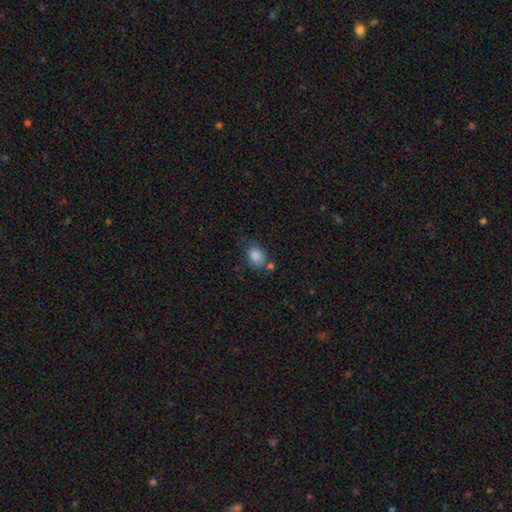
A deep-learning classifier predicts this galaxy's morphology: A smooth galaxy with no disk features (84%) that is in between round and cigar-shaped (66%).

Vote fractions:
- Smooth or featured? smooth: 84% / star or artifact: 9% / featured or disk: 7%
- How rounded? in between: 66% / round: 33% / cigar-shaped: 1%
- Merging? none: 63% / minor disturbance: 20% / merger: 11% / major disturbance: 6%